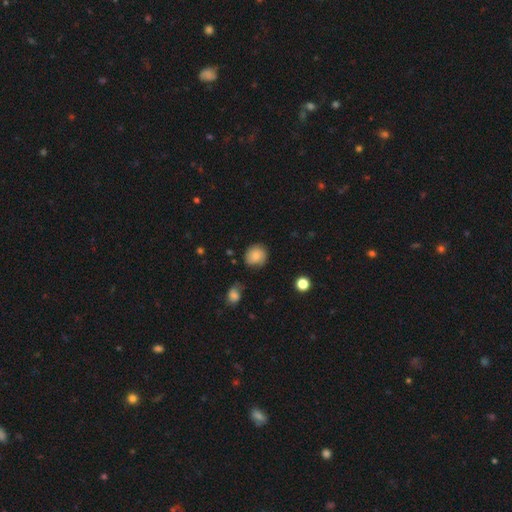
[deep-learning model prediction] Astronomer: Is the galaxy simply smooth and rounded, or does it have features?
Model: smooth — 80%.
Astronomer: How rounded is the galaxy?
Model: round — 77%.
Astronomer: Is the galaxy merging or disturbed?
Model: none — 68%.